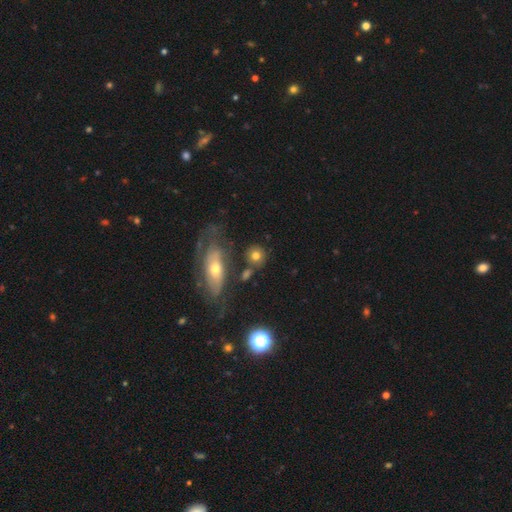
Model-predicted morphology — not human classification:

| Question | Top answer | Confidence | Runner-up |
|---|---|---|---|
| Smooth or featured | smooth | 70% | featured or disk (20%) |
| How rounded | round | 81% | in between (16%) |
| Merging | none | 66% | minor disturbance (14%) |